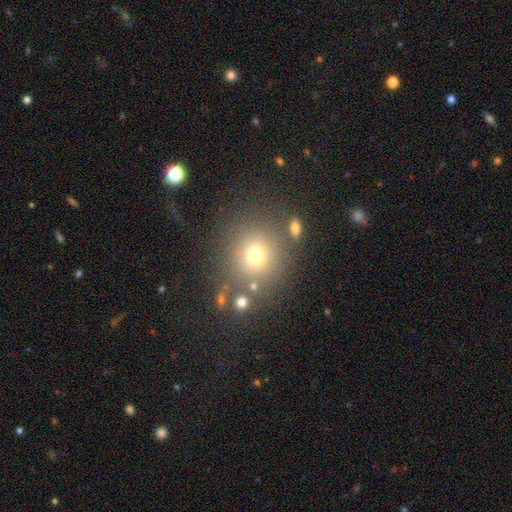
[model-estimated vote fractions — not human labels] The model was most divided on "smooth or featured": smooth: 68%, star or artifact: 20%, featured or disk: 12%. More confident: how rounded — round (87%); merging — none (74%).